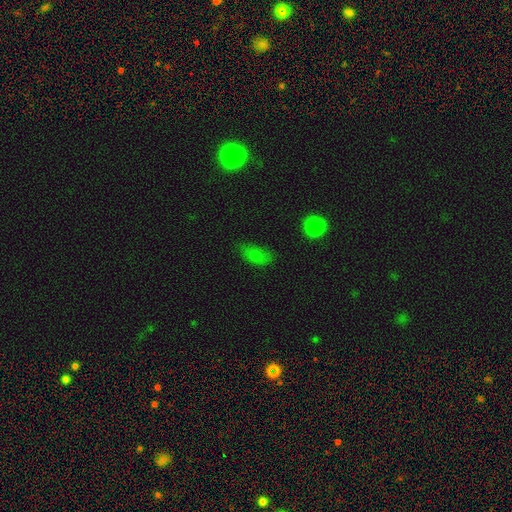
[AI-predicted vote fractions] smooth_or_featured: smooth (p=0.76) [alt: star or artifact p=0.15]
how_rounded: in between (p=0.89) [alt: round p=0.06]
merging: none (p=0.67) [alt: minor disturbance p=0.24]